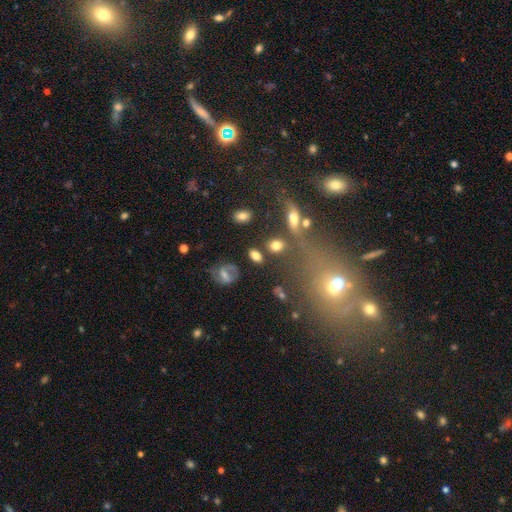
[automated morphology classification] A smooth galaxy with no disk features (70%) that is in between round and cigar-shaped (73%).

Vote fractions:
- Smooth or featured? smooth: 70% / featured or disk: 18% / star or artifact: 12%
- How rounded? in between: 73% / round: 23% / cigar-shaped: 5%
- Merging? none: 71% / minor disturbance: 14% / merger: 9% / major disturbance: 6%